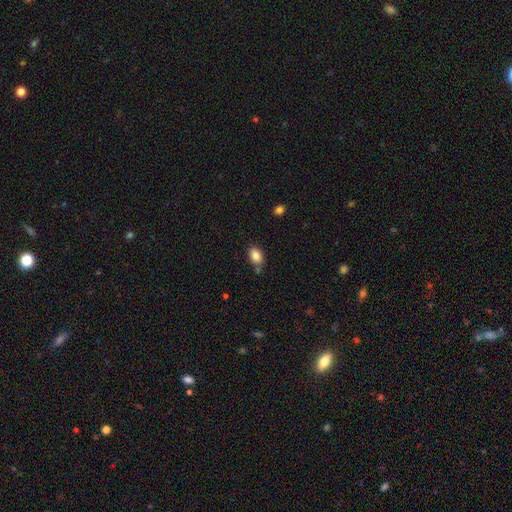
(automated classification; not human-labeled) Smooth or featured? Predicted: smooth (p=0.86). How rounded? Predicted: in between (p=0.86). Merging? Predicted: none (p=0.70).